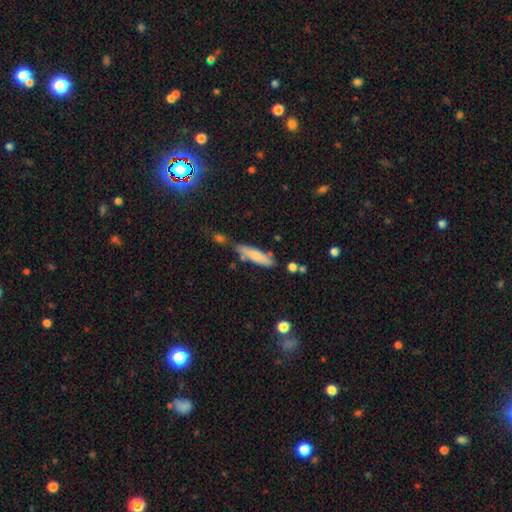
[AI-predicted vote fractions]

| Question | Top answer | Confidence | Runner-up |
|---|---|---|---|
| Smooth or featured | smooth | 77% | featured or disk (16%) |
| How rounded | cigar-shaped | 73% | in between (25%) |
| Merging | none | 65% | minor disturbance (19%) |